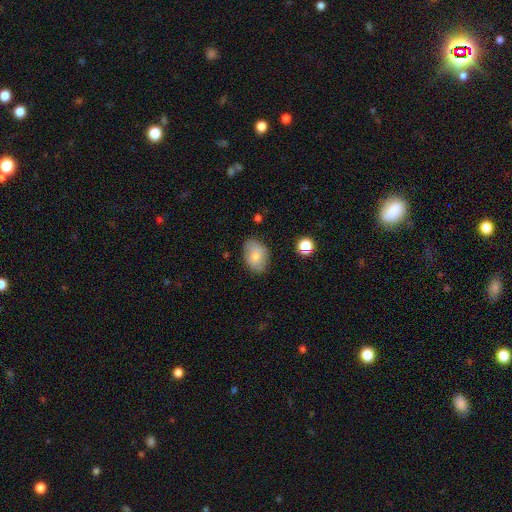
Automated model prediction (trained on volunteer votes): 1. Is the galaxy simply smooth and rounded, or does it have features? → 73% smooth, 19% featured or disk, 8% star or artifact.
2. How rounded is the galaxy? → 79% in between, 20% round, 1% cigar-shaped.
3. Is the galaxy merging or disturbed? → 78% none, 17% minor disturbance, 4% major disturbance, 2% merger.